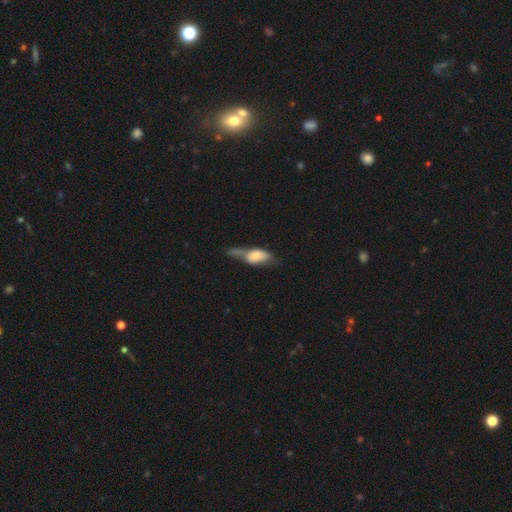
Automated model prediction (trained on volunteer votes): Q: Smooth or featured?
A: smooth (63%); runner-up: featured or disk (30%)
Q: How rounded?
A: in between (77%); runner-up: cigar-shaped (17%)
Q: Merging?
A: major disturbance (28%); runner-up: merger (26%)